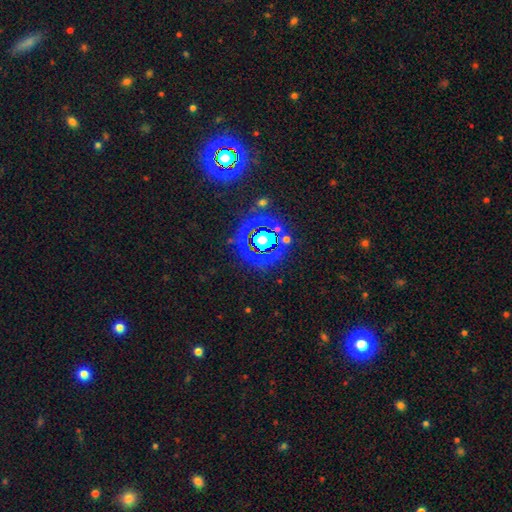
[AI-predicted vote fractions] Q: Smooth or featured?
A: star or artifact (82%); runner-up: smooth (10%)